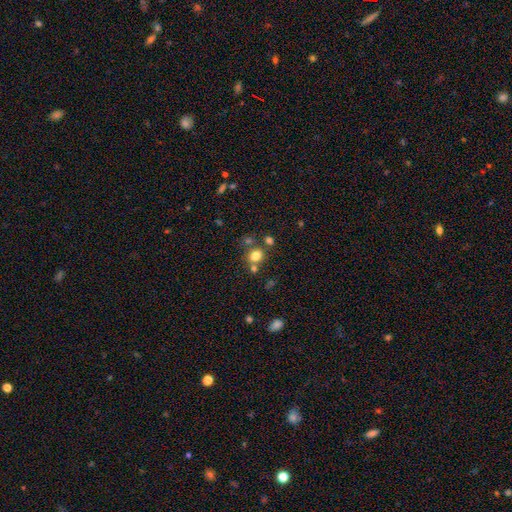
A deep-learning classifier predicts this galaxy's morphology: smooth_or_featured: smooth (p=0.77) [alt: star or artifact p=0.15]
how_rounded: round (p=0.69) [alt: in between p=0.30]
merging: none (p=0.64) [alt: merger p=0.21]